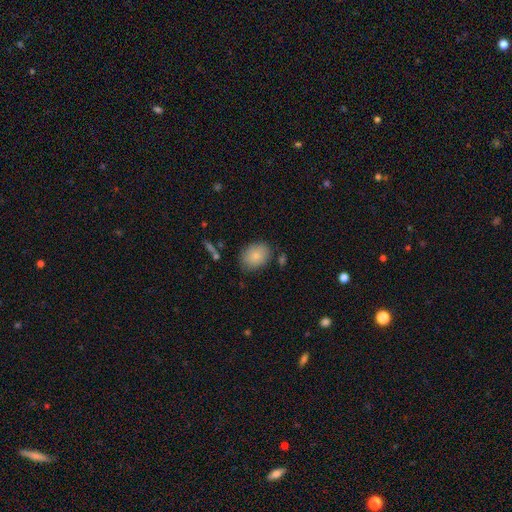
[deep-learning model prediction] A smooth galaxy with no disk features (82%) that is in between round and cigar-shaped (67%). Merging: none (77%).